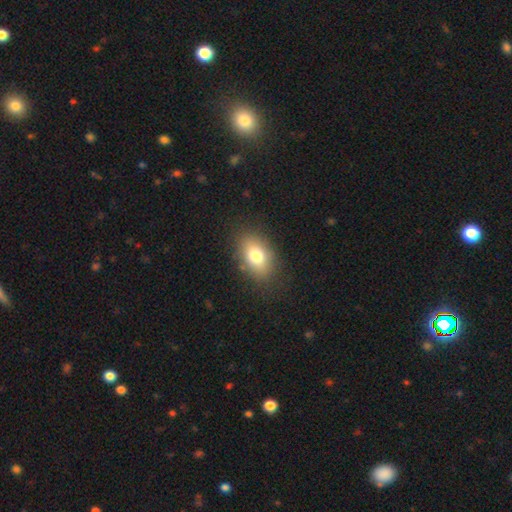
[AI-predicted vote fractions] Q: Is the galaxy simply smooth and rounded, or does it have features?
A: smooth — 77%.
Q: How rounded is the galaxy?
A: in between — 84%.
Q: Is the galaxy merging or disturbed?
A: none — 83%.